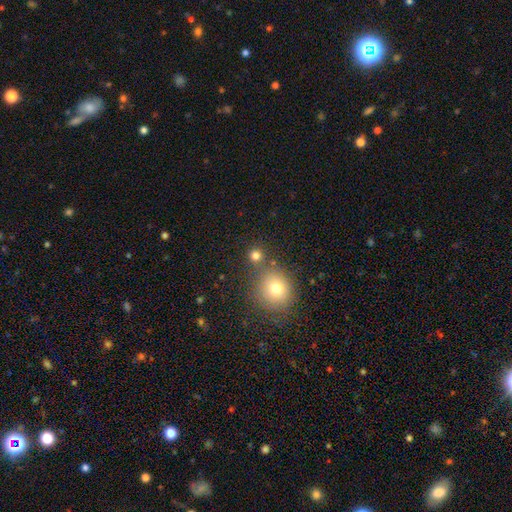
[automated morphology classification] This appears to be a smooth galaxy with no disk features (78%) that is round (91%). Merging: none (73%).